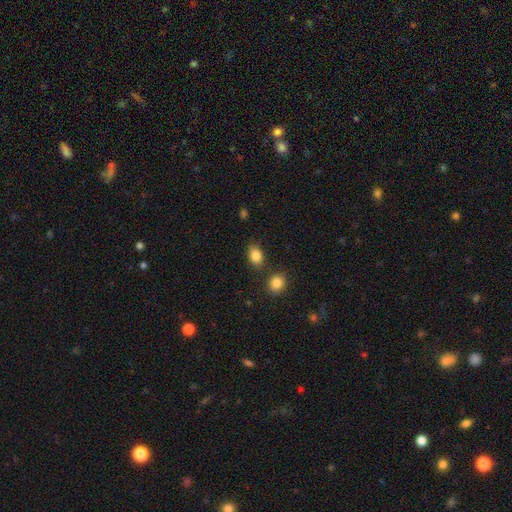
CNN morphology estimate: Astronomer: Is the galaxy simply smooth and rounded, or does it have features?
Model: smooth — 86%.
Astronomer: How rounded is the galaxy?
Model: in between — 78%.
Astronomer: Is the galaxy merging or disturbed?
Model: none — 77%.